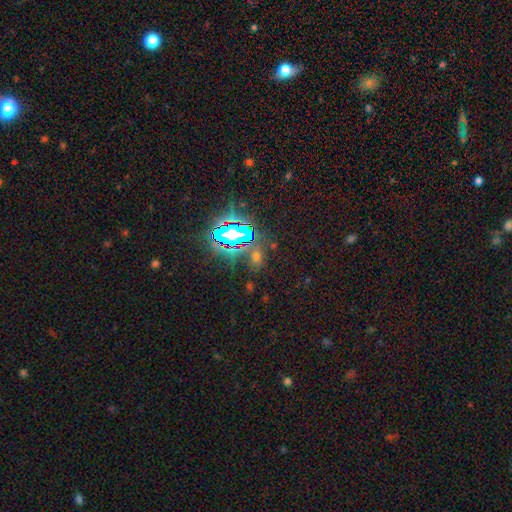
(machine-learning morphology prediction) Overall: star or artifact (62%; smooth 29%).